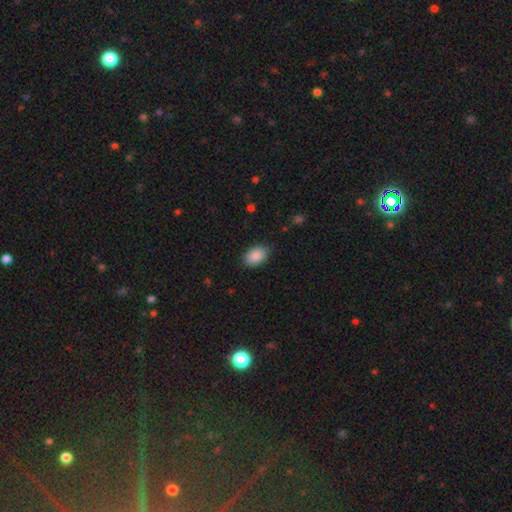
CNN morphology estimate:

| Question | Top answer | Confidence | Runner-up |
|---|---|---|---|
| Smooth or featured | smooth | 88% | star or artifact (7%) |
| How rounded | in between | 88% | round (11%) |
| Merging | none | 85% | minor disturbance (12%) |